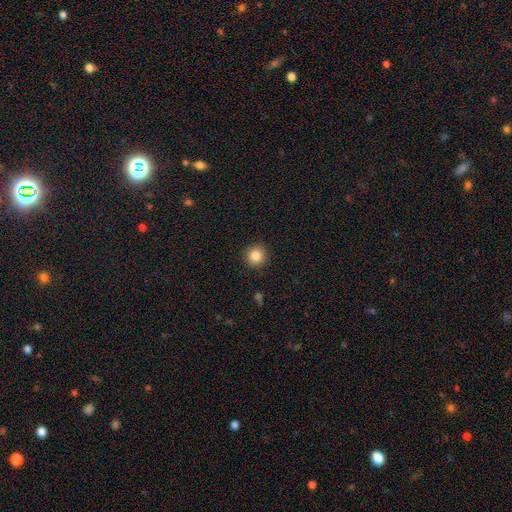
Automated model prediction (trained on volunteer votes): A smooth galaxy with no disk features (85%) that is round (94%).

Vote fractions:
- Smooth or featured? smooth: 85% / star or artifact: 10% / featured or disk: 5%
- How rounded? round: 94% / in between: 5% / cigar-shaped: 1%
- Merging? none: 92% / minor disturbance: 5% / major disturbance: 2% / merger: 1%